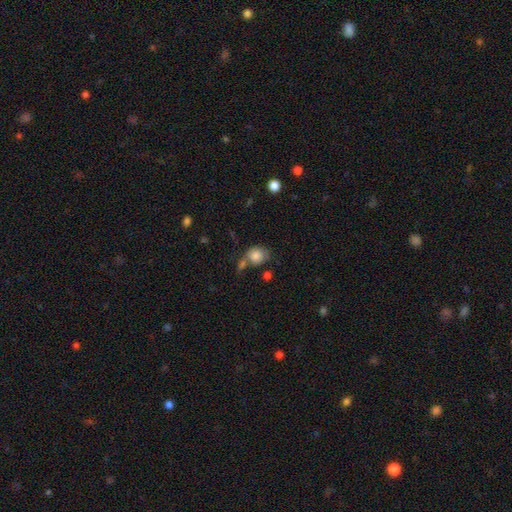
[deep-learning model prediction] A smooth galaxy with no disk features (82%) that is round (71%).

Vote fractions:
- Smooth or featured? smooth: 82% / featured or disk: 9% / star or artifact: 9%
- How rounded? round: 71% / in between: 28% / cigar-shaped: 1%
- Merging? none: 48% / merger: 26% / minor disturbance: 18% / major disturbance: 8%